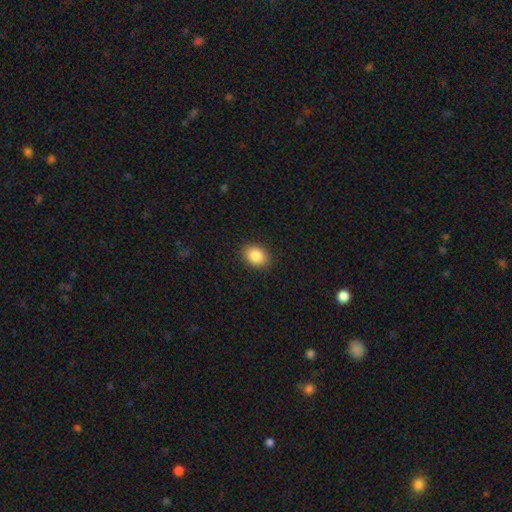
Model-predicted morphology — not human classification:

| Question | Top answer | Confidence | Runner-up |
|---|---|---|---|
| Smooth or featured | smooth | 87% | star or artifact (8%) |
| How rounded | in between | 66% | round (33%) |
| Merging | none | 89% | minor disturbance (8%) |